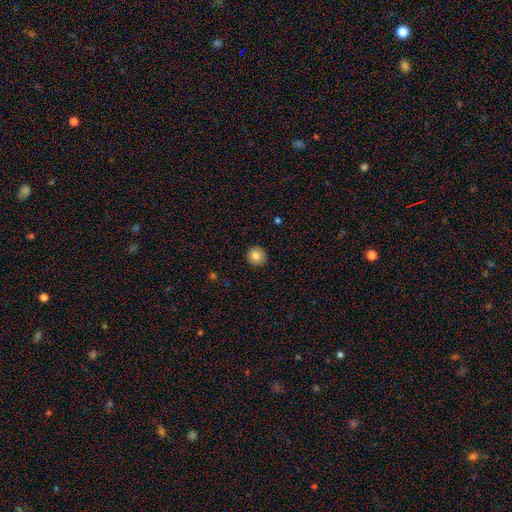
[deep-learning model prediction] Smooth or featured: smooth — 83% (star or artifact — 9%)
How rounded: round — 92% (in between — 7%)
Merging: none — 91% (minor disturbance — 6%)